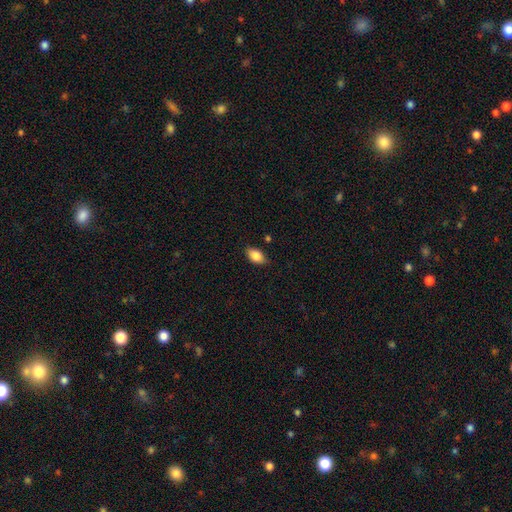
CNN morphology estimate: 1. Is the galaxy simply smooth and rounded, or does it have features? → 85% smooth, 8% star or artifact, 7% featured or disk.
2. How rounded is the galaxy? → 90% in between, 8% round, 2% cigar-shaped.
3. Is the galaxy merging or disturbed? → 83% none, 13% minor disturbance, 2% major disturbance, 1% merger.